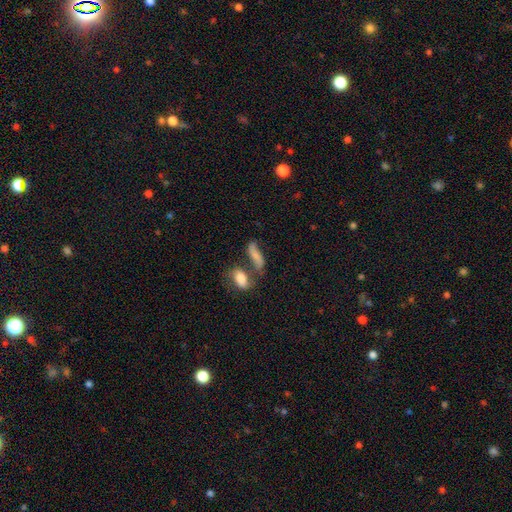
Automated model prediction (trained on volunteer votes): Overall: smooth (54%; featured or disk 36%). How rounded: in between (57%; cigar-shaped 38%). Merging: merger (41%; none 37%).